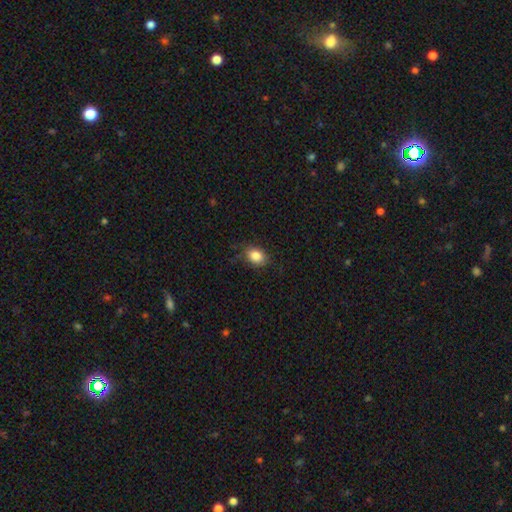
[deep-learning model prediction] This appears to be a smooth galaxy with no disk features (85%) that is in between round and cigar-shaped (65%). Merging: none (78%).